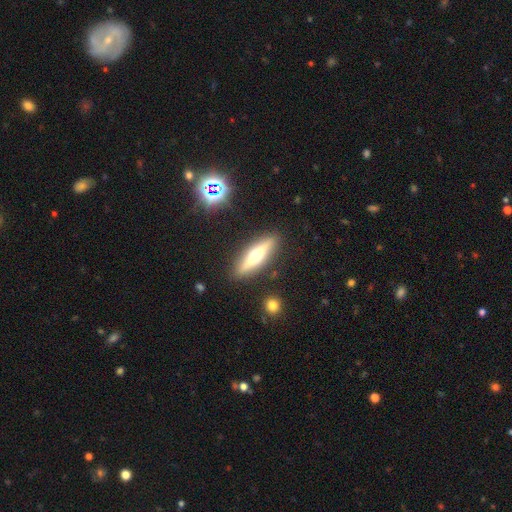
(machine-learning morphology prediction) smooth_or_featured: featured or disk (p=0.60) [alt: smooth p=0.33]
disk_edge_on: yes (p=0.93) [alt: no p=0.07]
edge_on_bulge: rounded (p=0.92) [alt: none p=0.04]
merging: none (p=0.88) [alt: minor disturbance p=0.08]